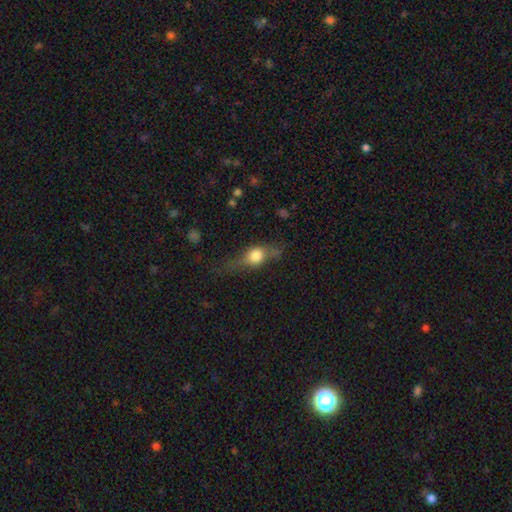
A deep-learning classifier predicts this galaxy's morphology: type=smooth (59%); roundness=in between (50%); merging=none (46%).